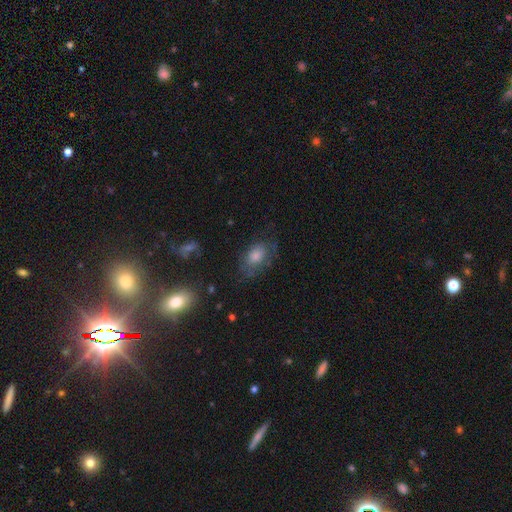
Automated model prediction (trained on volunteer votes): Smooth or featured? smooth (55%)
How rounded? in between (85%)
Merging? none (63%)